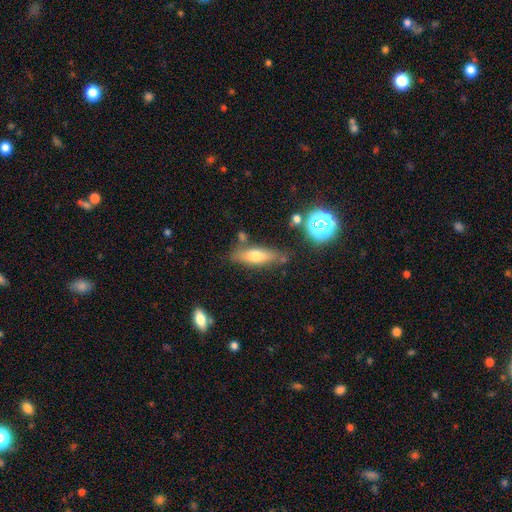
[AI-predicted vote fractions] This is possibly a smooth galaxy (57%). How rounded: possibly cigar-shaped (50%). Merging: likely none (71%).